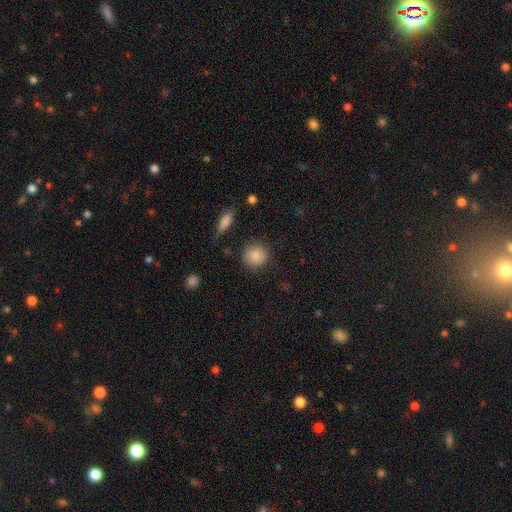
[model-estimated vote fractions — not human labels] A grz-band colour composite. It shows a smooth galaxy with no disk features (87%) that is round (90%). Merging: none (87%).